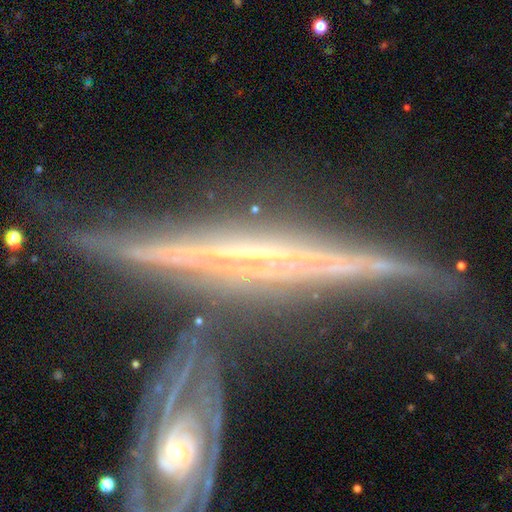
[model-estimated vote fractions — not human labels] Overall: featured or disk (85%). Edge-on disk: yes (91%). Edge-on bulge: none (64%; rounded 27%). Merging: none (50%; merger 24%).